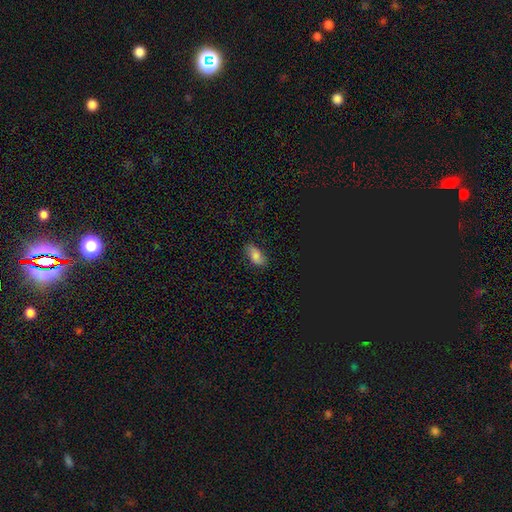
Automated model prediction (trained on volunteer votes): Smooth or featured: smooth — 80% (star or artifact — 10%)
How rounded: in between — 90% (cigar-shaped — 6%)
Merging: none — 79% (minor disturbance — 17%)